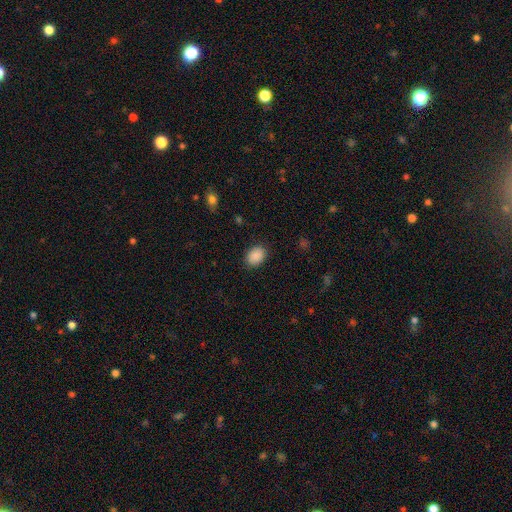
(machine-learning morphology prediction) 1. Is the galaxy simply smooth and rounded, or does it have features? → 90% smooth, 8% star or artifact, 3% featured or disk.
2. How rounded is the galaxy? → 72% in between, 27% round, 1% cigar-shaped.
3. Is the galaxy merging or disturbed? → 87% none, 9% minor disturbance, 3% major disturbance, 1% merger.